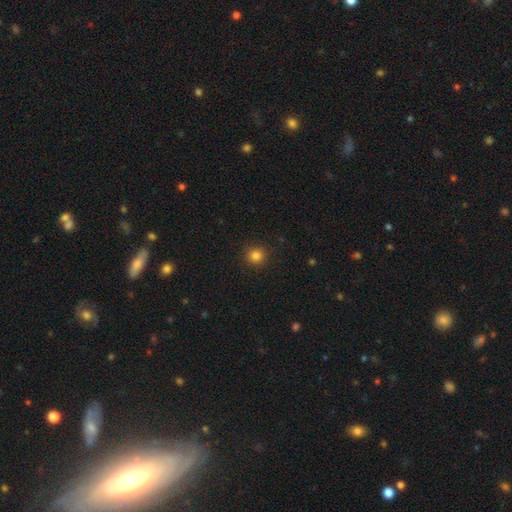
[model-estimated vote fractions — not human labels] Smooth or featured: smooth — 83% (star or artifact — 13%)
How rounded: round — 93% (in between — 6%)
Merging: none — 92% (minor disturbance — 6%)